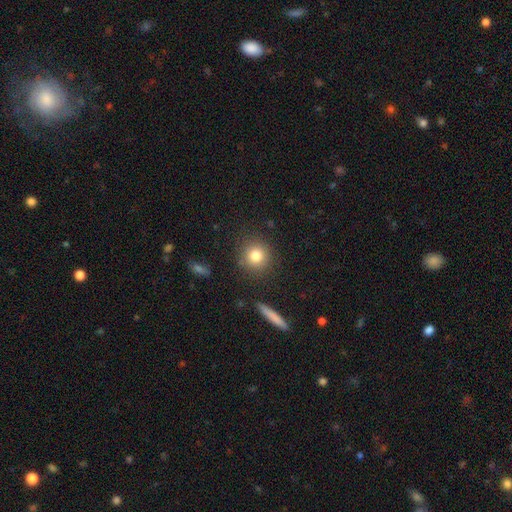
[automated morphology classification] This is clearly a smooth galaxy (81%). How rounded: clearly round (91%). Merging: clearly none (88%).